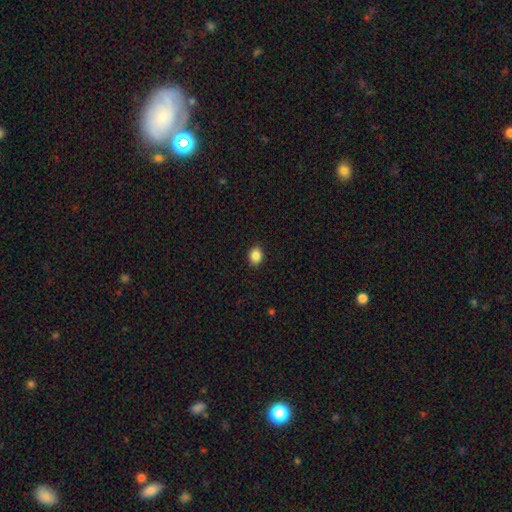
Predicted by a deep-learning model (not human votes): Overall: smooth (87%). How rounded: in between (54%; round 45%). Merging: none (91%).